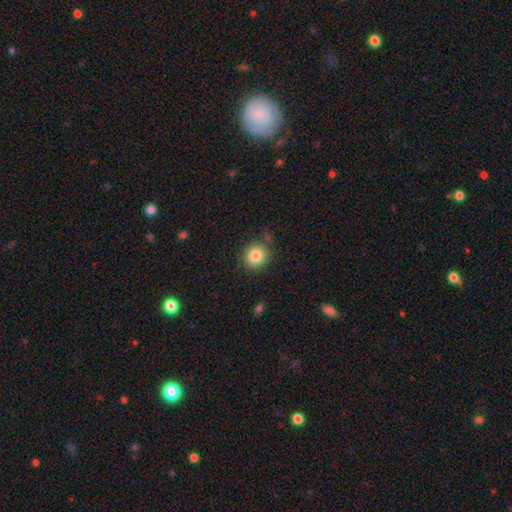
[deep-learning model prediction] Smooth or featured: smooth — 84% (star or artifact — 10%)
How rounded: round — 86% (in between — 13%)
Merging: none — 81% (minor disturbance — 11%)